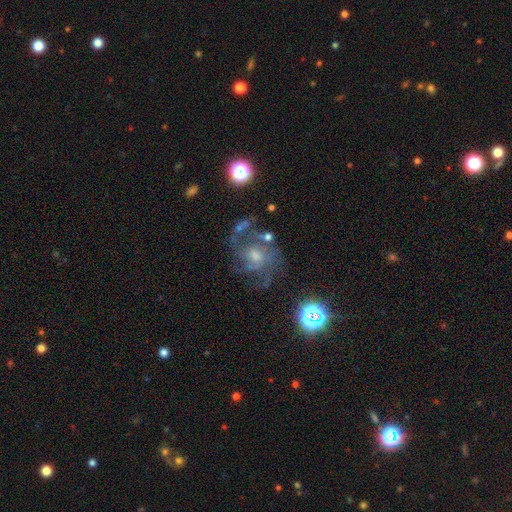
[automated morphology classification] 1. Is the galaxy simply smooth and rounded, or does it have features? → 68% featured or disk, 19% star or artifact, 13% smooth.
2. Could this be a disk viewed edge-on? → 97% no, 3% yes.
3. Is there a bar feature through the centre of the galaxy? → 63% no, 29% weak, 8% strong.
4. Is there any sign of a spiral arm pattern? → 90% yes, 10% no.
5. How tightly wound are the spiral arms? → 43% medium, 41% tight, 16% loose.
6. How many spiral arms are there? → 52% 2, 20% can't tell, 11% 3, 7% 1, 5% 4, 5% more than 4.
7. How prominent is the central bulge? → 52% small, 39% moderate, 4% none, 3% large, 2% dominant.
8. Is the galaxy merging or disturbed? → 68% none, 14% minor disturbance, 10% major disturbance, 8% merger.